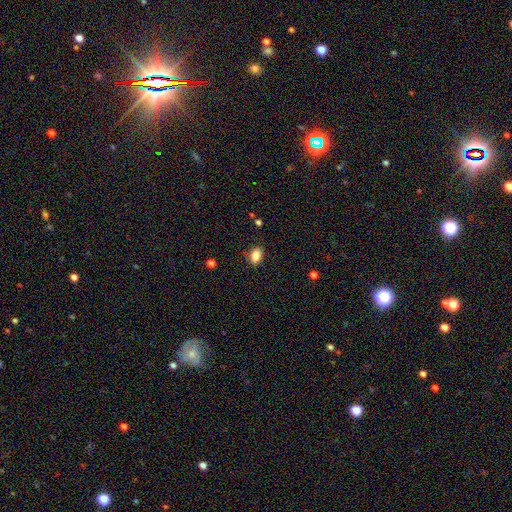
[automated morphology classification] This appears to be a smooth galaxy with no disk features (84%) that is in between round and cigar-shaped (74%). Merging: none (84%).